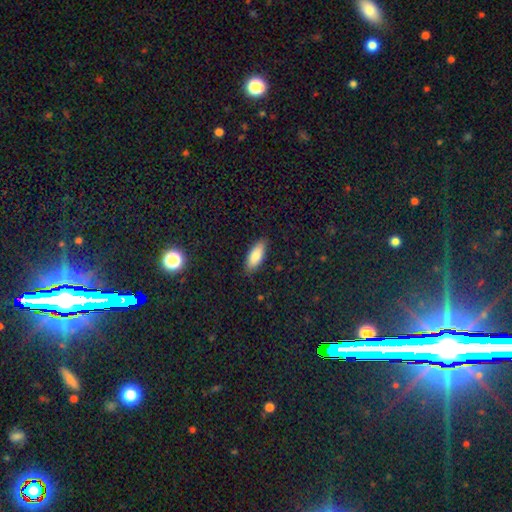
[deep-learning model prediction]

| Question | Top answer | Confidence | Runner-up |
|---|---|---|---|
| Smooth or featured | smooth | 83% | featured or disk (10%) |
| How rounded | in between | 75% | cigar-shaped (23%) |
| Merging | none | 86% | minor disturbance (10%) |